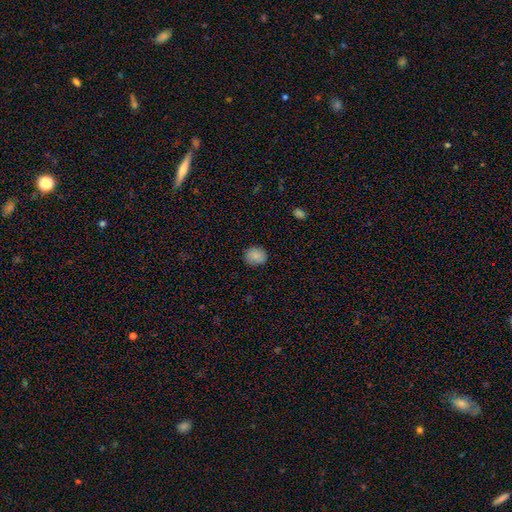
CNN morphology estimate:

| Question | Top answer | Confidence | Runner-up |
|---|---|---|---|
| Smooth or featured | smooth | 86% | star or artifact (9%) |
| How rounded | round | 67% | in between (32%) |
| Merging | none | 87% | minor disturbance (10%) |